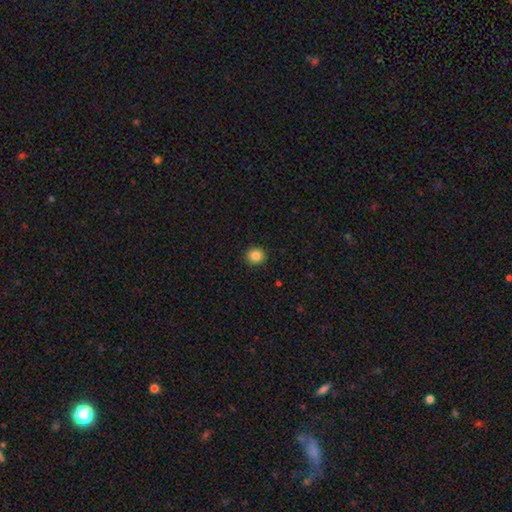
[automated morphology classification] smooth 86%, star or artifact 10%, featured or disk 4%. Down the decision tree: how rounded — round (88%); merging — none (90%).